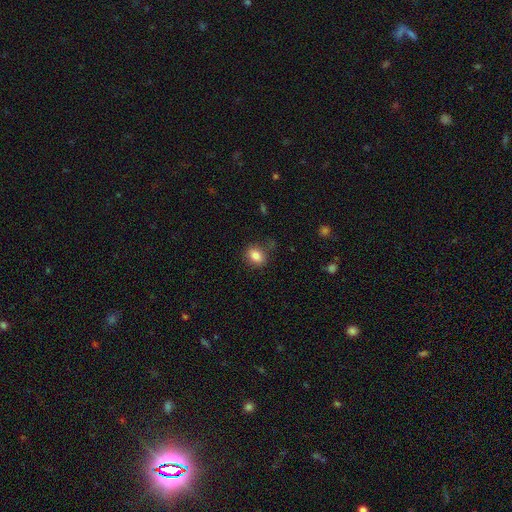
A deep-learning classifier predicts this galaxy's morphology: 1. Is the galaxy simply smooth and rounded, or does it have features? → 84% smooth, 9% star or artifact, 7% featured or disk.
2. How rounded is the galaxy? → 65% in between, 33% round, 1% cigar-shaped.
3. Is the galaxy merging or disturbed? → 78% none, 15% minor disturbance, 4% major disturbance, 2% merger.